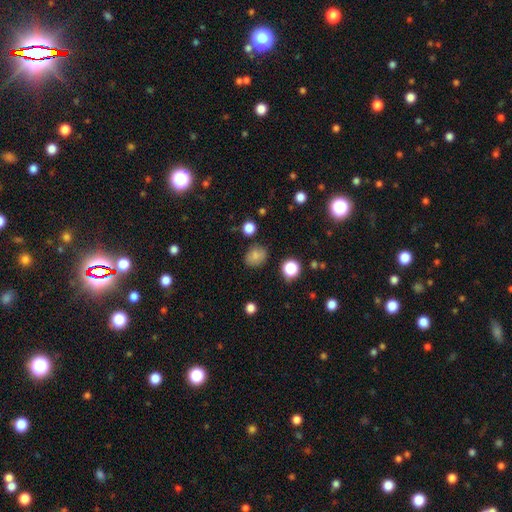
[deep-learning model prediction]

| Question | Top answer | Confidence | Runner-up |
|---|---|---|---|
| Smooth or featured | smooth | 79% | star or artifact (13%) |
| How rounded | round | 54% | in between (45%) |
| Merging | none | 78% | minor disturbance (15%) |